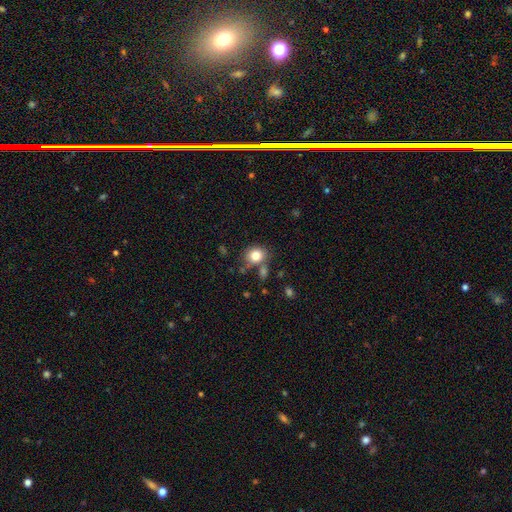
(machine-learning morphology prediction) The model was most divided on "how rounded": round: 67%, in between: 33%, cigar-shaped: 1%. More confident: smooth or featured — smooth (81%); merging — none (68%).